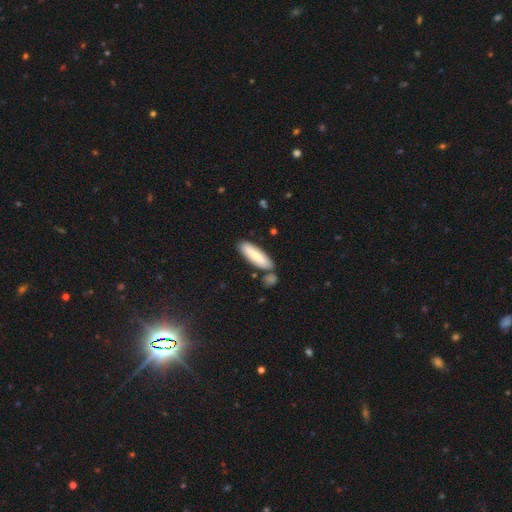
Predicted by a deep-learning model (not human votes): smooth-or-featured: smooth: 74% | featured or disk: 20% | star or artifact: 5%
  how-rounded: cigar-shaped: 58% | in between: 40% | round: 2%
  merging: none: 73% | minor disturbance: 13% | merger: 11% | major disturbance: 3%